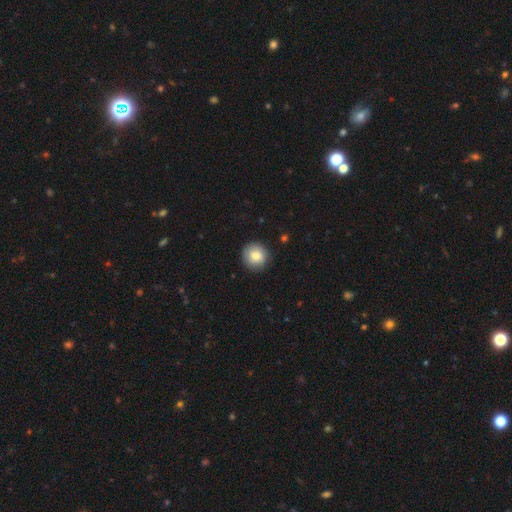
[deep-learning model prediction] Smooth or featured? Predicted: smooth (p=0.82). How rounded? Predicted: round (p=0.92). Merging? Predicted: none (p=0.87).